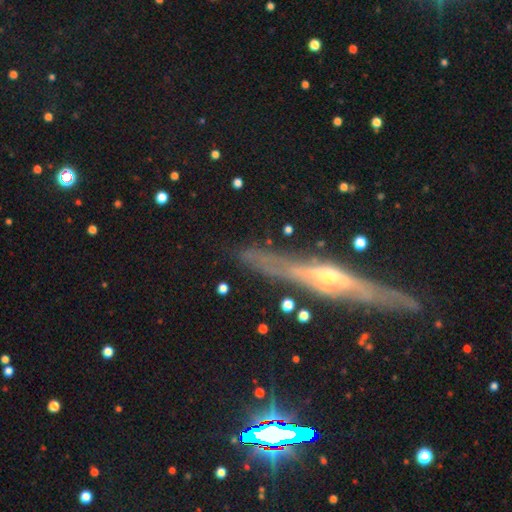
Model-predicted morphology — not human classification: This is likely a featured or disk galaxy (70%). It is likely viewed edge-on (80%). Edge-on bulge: likely rounded (71%). Merging: likely none (77%).